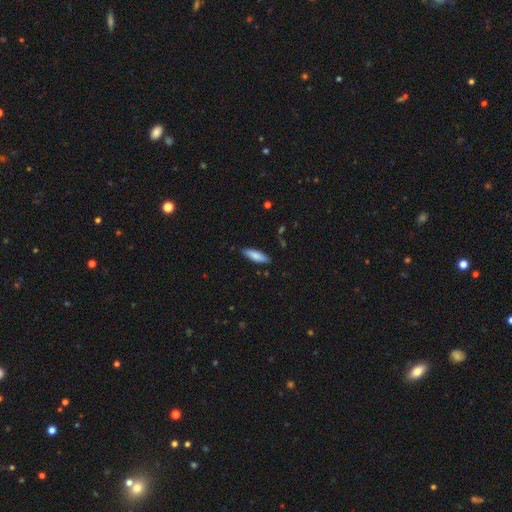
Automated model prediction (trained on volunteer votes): Smooth or featured: smooth — 81% (featured or disk — 13%)
How rounded: cigar-shaped — 54% (in between — 45%)
Merging: none — 86% (minor disturbance — 11%)